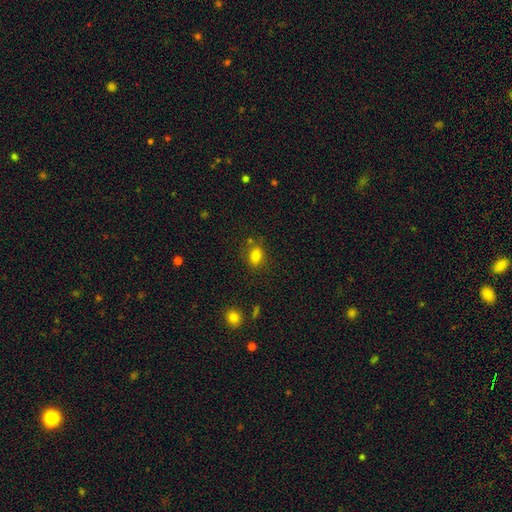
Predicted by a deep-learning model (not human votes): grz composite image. It shows a smooth galaxy with no disk features (82%) that is in between round and cigar-shaped (75%). Merging: none (76%).